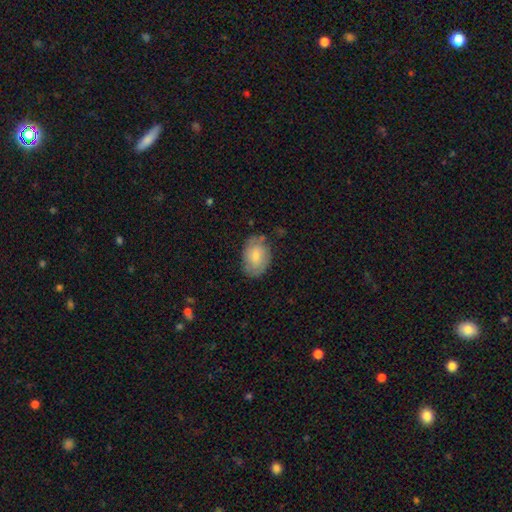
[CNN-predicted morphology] smooth-or-featured: smooth: 65% | featured or disk: 29% | star or artifact: 7%
  how-rounded: in between: 81% | round: 18% | cigar-shaped: 1%
  merging: none: 70% | minor disturbance: 22% | major disturbance: 6% | merger: 2%